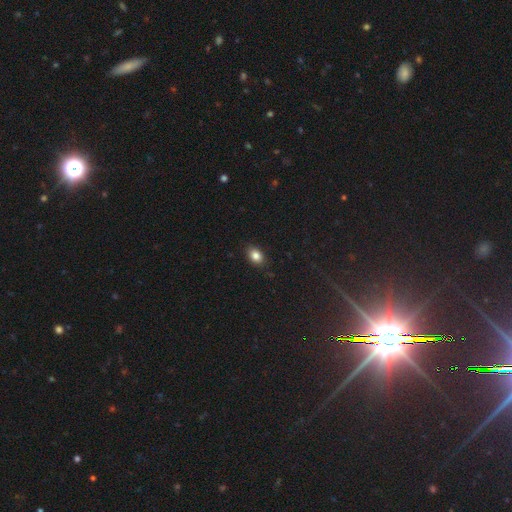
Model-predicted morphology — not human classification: Smooth or featured?
  - smooth: 84% *
  - star or artifact: 10%
  - featured or disk: 7%
How rounded?
  - in between: 76% *
  - round: 23%
  - cigar-shaped: 1%
Merging?
  - none: 87% *
  - minor disturbance: 10%
  - major disturbance: 2%
  - merger: 1%